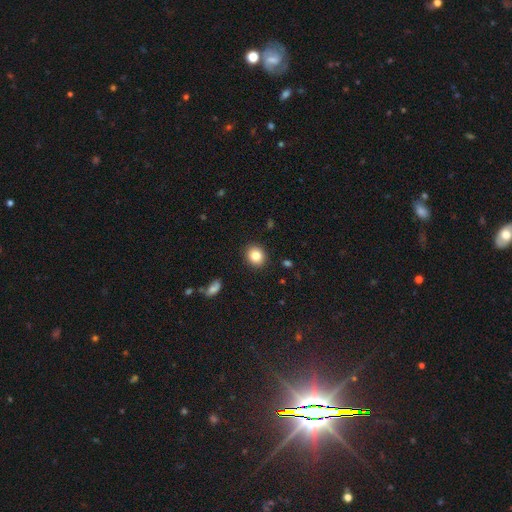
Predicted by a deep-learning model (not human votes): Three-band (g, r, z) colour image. It shows a smooth galaxy with no disk features (82%) that is round (74%). Merging: none (91%).